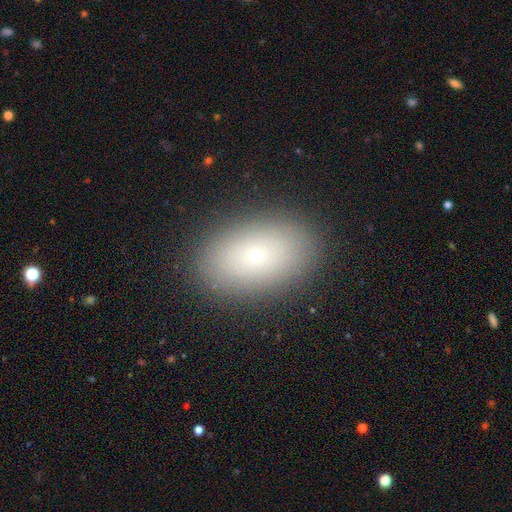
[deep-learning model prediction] A smooth galaxy with no disk features (72%) that is in between round and cigar-shaped (88%). Merging: none (88%).